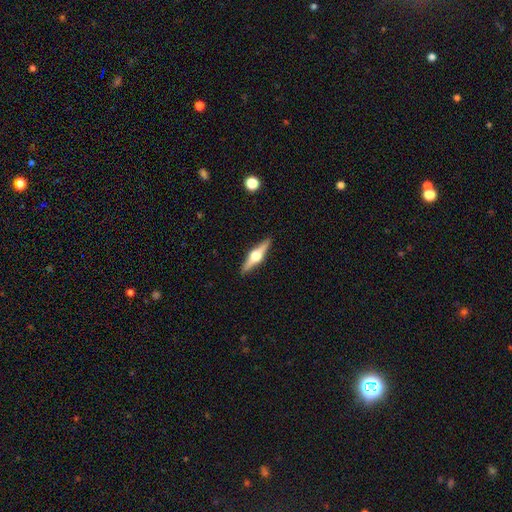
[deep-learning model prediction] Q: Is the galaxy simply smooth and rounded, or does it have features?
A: featured or disk — 76%.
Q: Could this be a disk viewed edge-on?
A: yes — 98%.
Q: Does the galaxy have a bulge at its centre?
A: rounded — 96%.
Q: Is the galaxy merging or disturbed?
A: none — 91%.